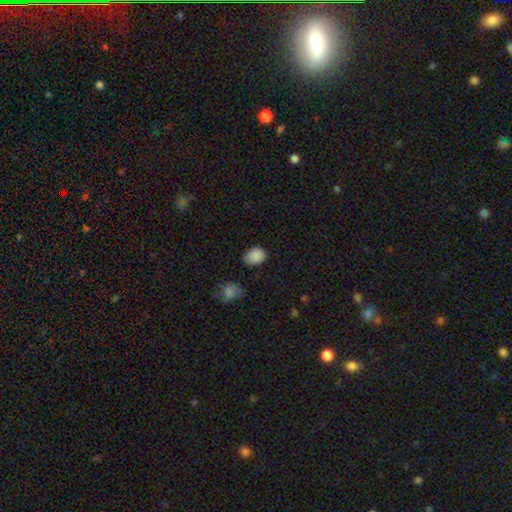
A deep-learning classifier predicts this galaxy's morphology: type=smooth (87%); roundness=in between (64%); merging=none (76%).